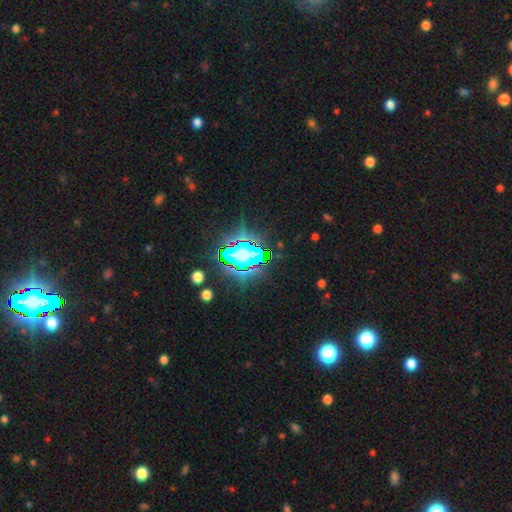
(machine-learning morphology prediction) Smooth or featured?
  - star or artifact: 78% *
  - smooth: 13%
  - featured or disk: 10%